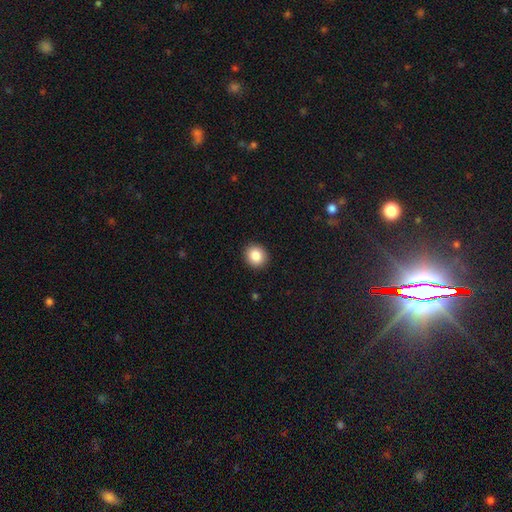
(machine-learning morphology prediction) Smooth or featured? smooth (87%)
How rounded? round (82%)
Merging? none (91%)